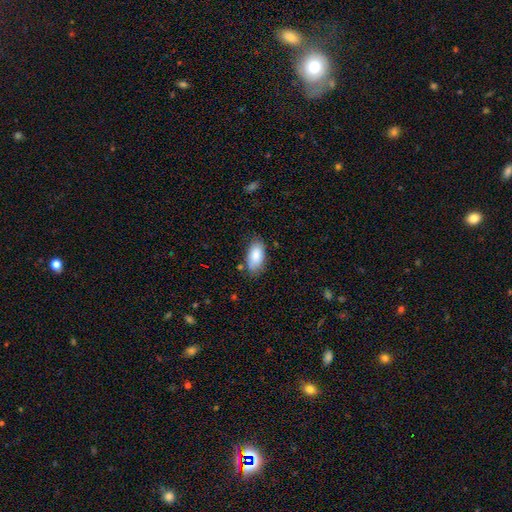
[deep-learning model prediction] This is clearly a smooth galaxy (84%). How rounded: clearly in between (93%). Merging: likely none (74%).